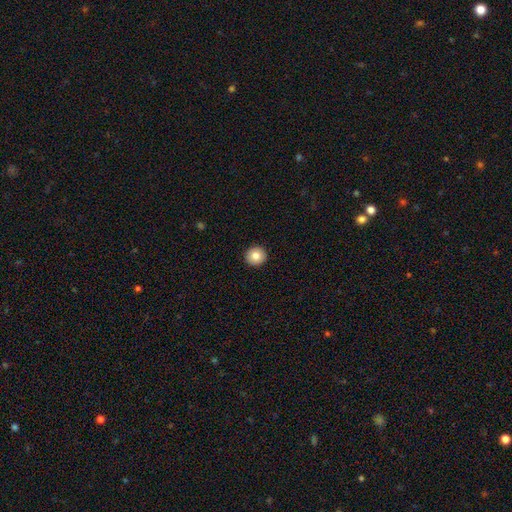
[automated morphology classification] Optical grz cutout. It shows a smooth galaxy with no disk features (83%) that is round (94%). Merging: none (93%).